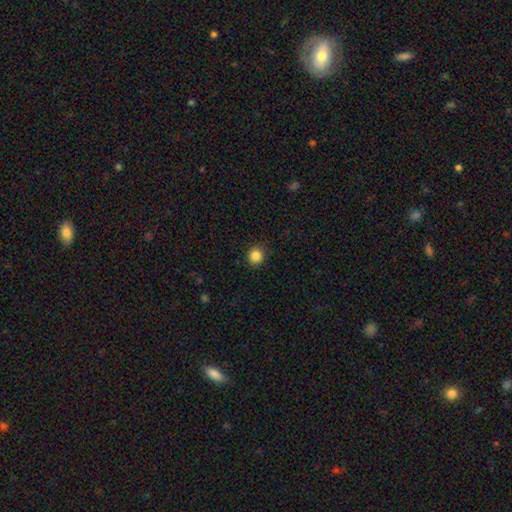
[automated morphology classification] type=smooth (86%); roundness=round (91%); merging=none (91%).